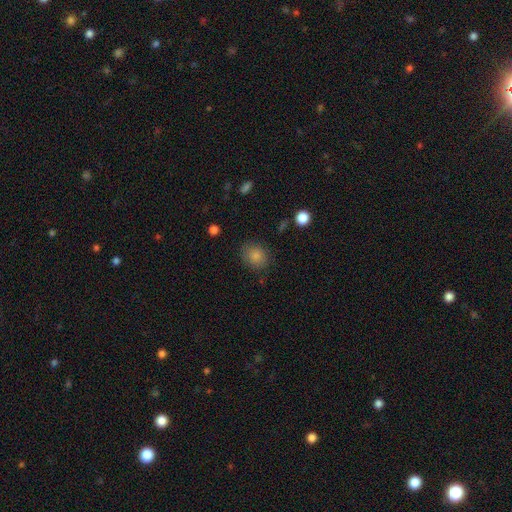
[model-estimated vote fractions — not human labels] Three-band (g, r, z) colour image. It shows a smooth galaxy with no disk features (83%) that is round (64%). Merging: none (82%).